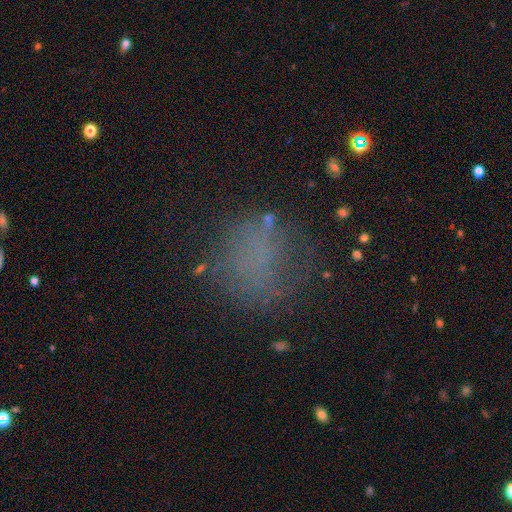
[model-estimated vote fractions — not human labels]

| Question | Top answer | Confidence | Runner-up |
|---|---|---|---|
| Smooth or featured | smooth | 58% | star or artifact (24%) |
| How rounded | round | 77% | in between (22%) |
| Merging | none | 65% | minor disturbance (18%) |